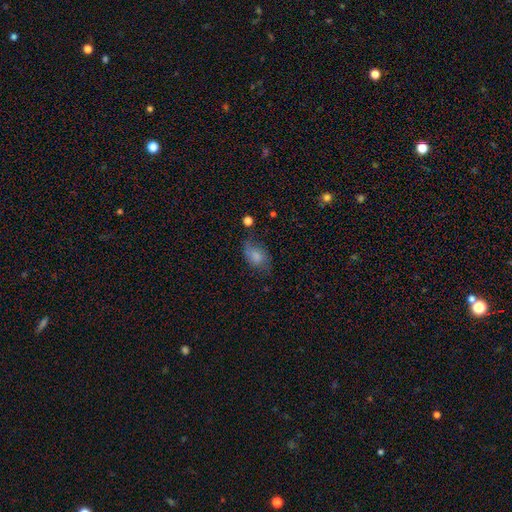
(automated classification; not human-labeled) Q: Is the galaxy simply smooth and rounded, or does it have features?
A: smooth — 72%.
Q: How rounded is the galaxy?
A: in between — 85%.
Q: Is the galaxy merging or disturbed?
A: none — 50%.